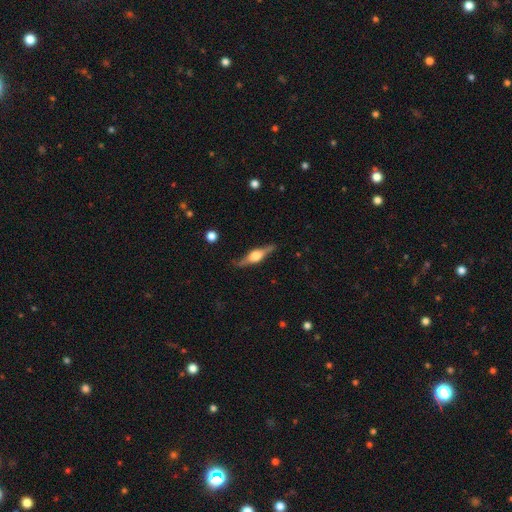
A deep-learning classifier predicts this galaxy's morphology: smooth_or_featured: featured or disk (p=0.77) [alt: smooth p=0.18]
disk_edge_on: yes (p=0.96) [alt: no p=0.04]
edge_on_bulge: rounded (p=0.91) [alt: boxy p=0.07]
merging: none (p=0.83) [alt: minor disturbance p=0.12]